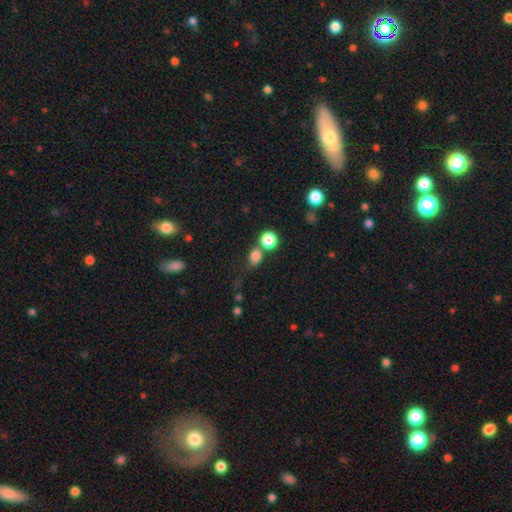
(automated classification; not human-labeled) Smooth or featured? smooth (80%)
How rounded? round (70%)
Merging? none (50%)